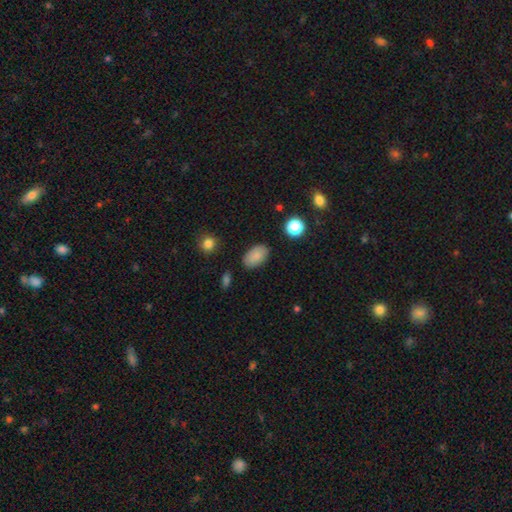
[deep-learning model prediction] Smooth or featured?
  - smooth: 86% *
  - star or artifact: 8%
  - featured or disk: 6%
How rounded?
  - in between: 92% *
  - round: 7%
  - cigar-shaped: 1%
Merging?
  - none: 86% *
  - minor disturbance: 10%
  - major disturbance: 3%
  - merger: 2%